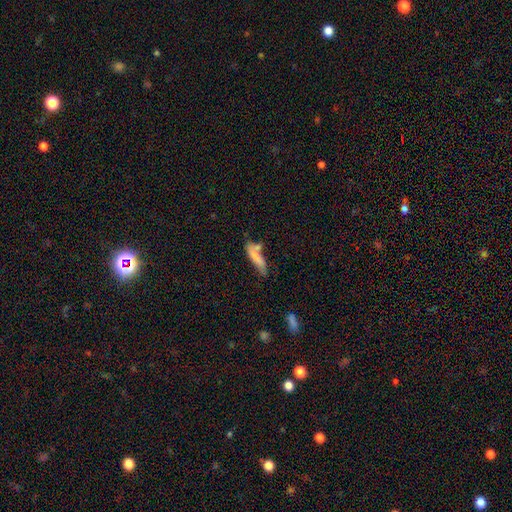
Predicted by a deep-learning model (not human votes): Smooth or featured: smooth — 74% (featured or disk — 18%)
How rounded: cigar-shaped — 71% (in between — 27%)
Merging: none — 44% (merger — 24%)